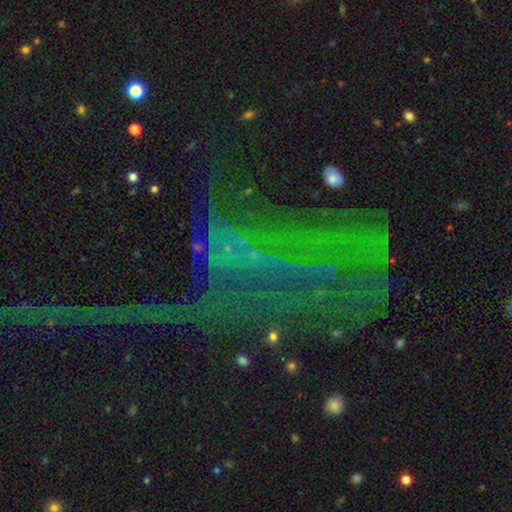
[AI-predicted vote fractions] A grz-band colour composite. It shows a star or artifact, not a galaxy (58%).